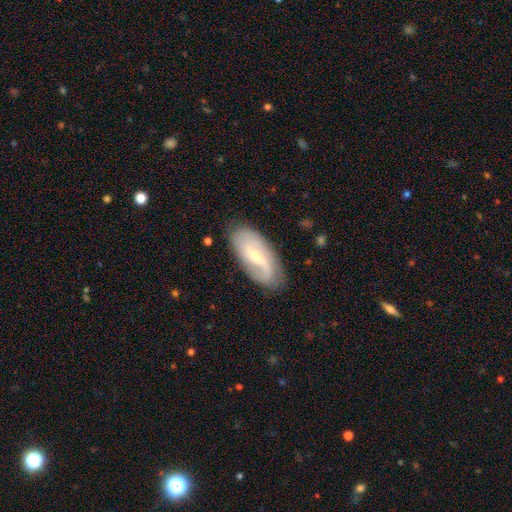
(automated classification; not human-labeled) featured or disk 74%, smooth 20%, star or artifact 6%. Down the decision tree: edge-on disk — no (92%); bar — weak (46%); spiral arms — yes (89%); spiral arm count — 2 (74%); spiral winding — loose (51%); bulge size — small (58%); merging — none (80%).